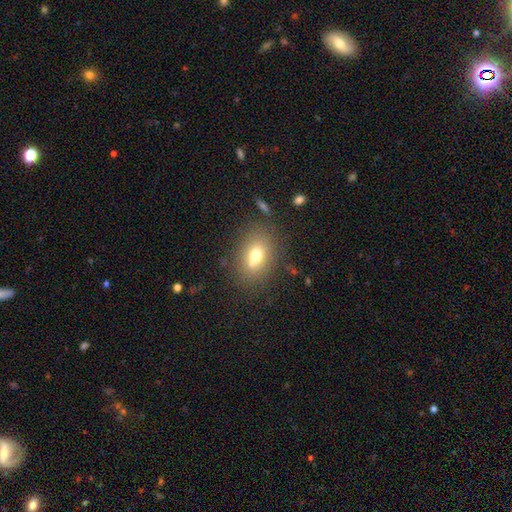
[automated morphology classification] smooth-or-featured: smooth: 67% | featured or disk: 20% | star or artifact: 13%
  how-rounded: in between: 66% | round: 32% | cigar-shaped: 2%
  merging: none: 66% | merger: 15% | minor disturbance: 13% | major disturbance: 5%